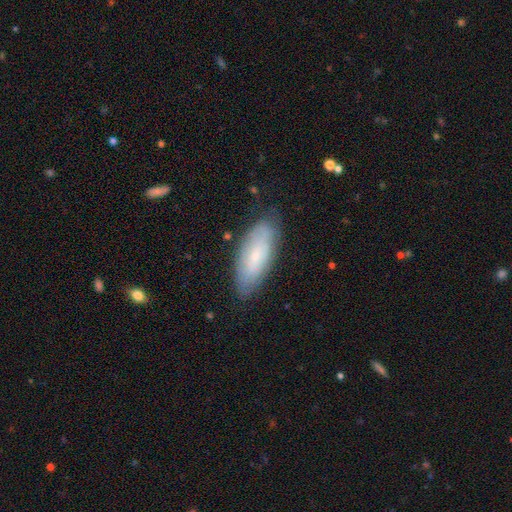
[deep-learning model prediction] This appears to be a smooth galaxy with no disk features (61%) that is in between round and cigar-shaped (76%). Merging: none (79%).